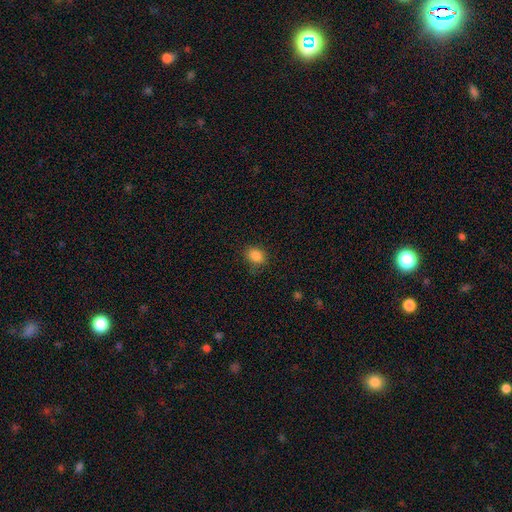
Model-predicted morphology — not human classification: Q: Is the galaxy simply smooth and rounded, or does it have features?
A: smooth — 85%.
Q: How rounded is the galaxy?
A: in between — 56%.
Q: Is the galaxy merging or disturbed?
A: none — 82%.